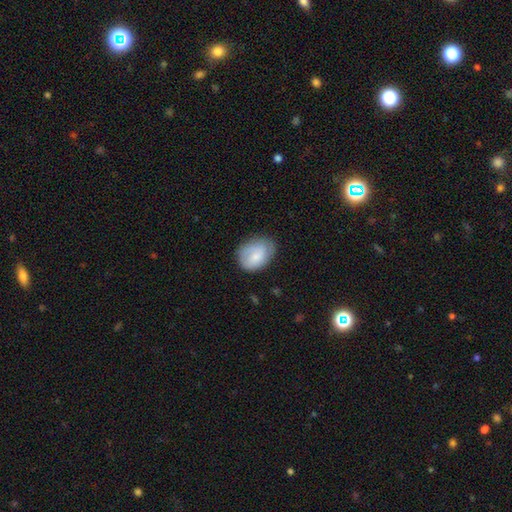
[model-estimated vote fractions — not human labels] smooth 60%, featured or disk 33%, star or artifact 7%. Down the decision tree: how rounded — in between (67%); merging — none (67%).